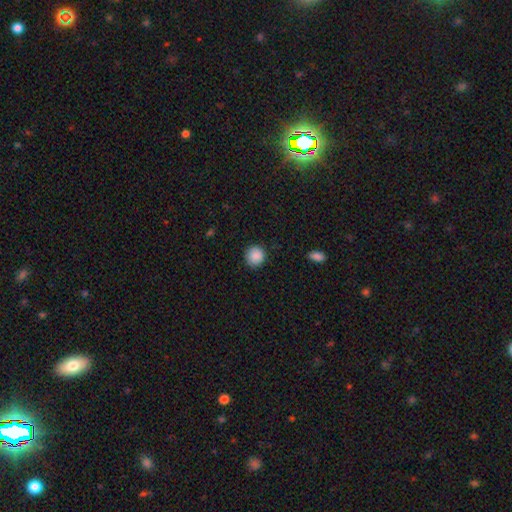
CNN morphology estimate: The model was most divided on "merging": none: 88%, minor disturbance: 9%, major disturbance: 2%, merger: 1%. More confident: how rounded — round (92%); smooth or featured — smooth (89%).